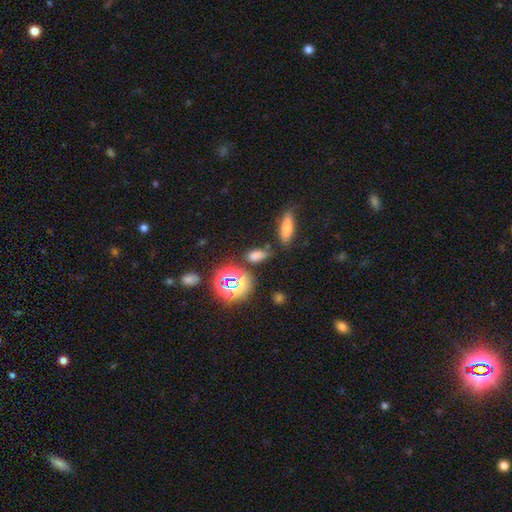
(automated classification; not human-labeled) Q: Smooth or featured?
A: smooth (65%); runner-up: star or artifact (27%)
Q: How rounded?
A: in between (79%); runner-up: round (13%)
Q: Merging?
A: none (72%); runner-up: minor disturbance (14%)